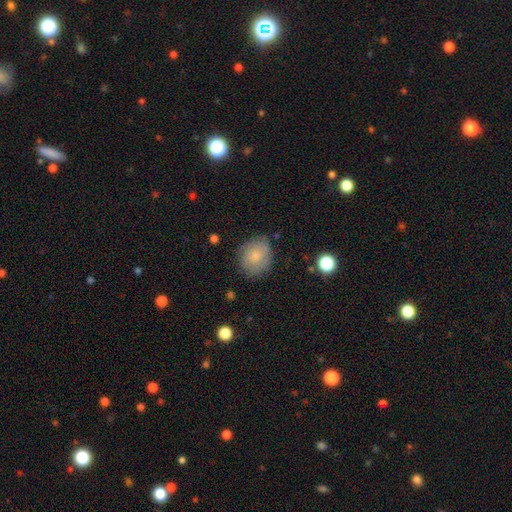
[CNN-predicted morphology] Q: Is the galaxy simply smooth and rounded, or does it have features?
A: smooth — 73%.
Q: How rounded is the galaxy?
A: round — 59%.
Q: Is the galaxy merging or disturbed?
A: none — 72%.